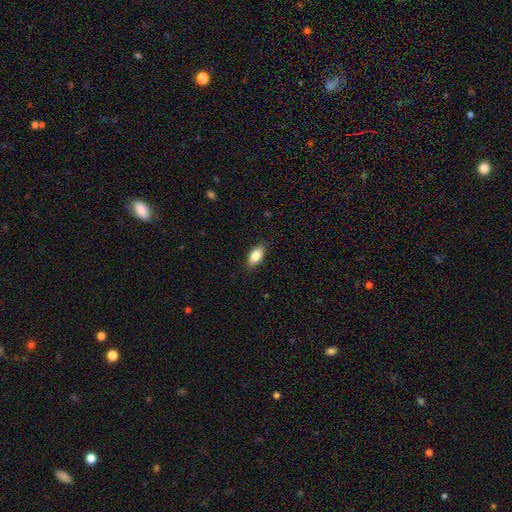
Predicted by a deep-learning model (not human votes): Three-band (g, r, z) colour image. It shows a smooth galaxy with no disk features (83%) that is in between round and cigar-shaped (89%). Merging: none (86%).